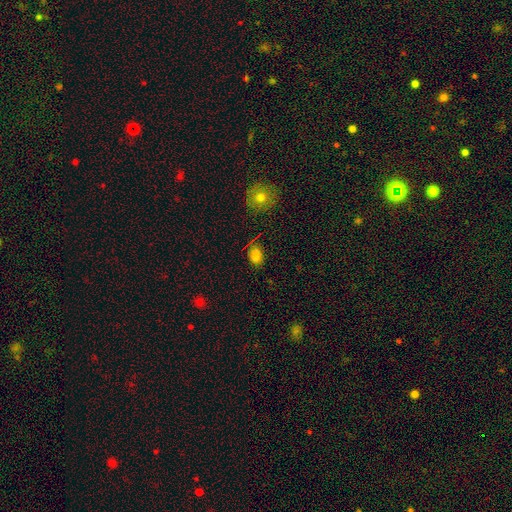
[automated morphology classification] This appears to be a smooth galaxy with no disk features (80%) that is in between round and cigar-shaped (77%). Merging: none (79%).